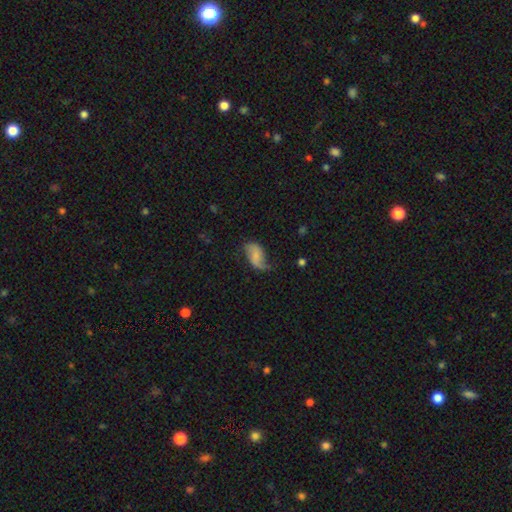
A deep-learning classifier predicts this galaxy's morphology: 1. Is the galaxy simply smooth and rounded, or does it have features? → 58% featured or disk, 35% smooth, 8% star or artifact.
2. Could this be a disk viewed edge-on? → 96% no, 4% yes.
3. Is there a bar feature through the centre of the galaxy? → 43% no, 40% weak, 17% strong.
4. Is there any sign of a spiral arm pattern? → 87% yes, 13% no.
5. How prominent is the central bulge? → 50% small, 27% none, 20% moderate, 2% large, 1% dominant.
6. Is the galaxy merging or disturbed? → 50% none, 31% minor disturbance, 17% major disturbance, 2% merger.